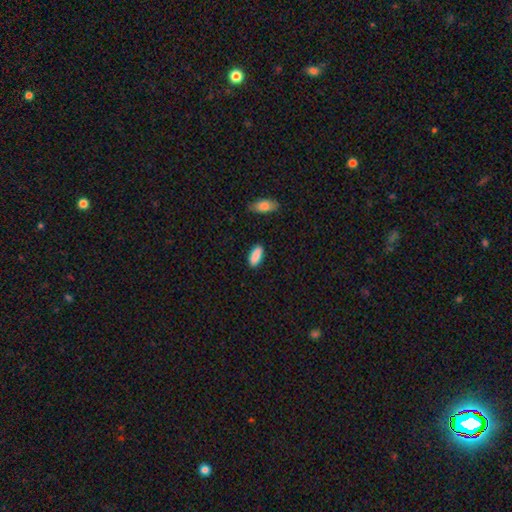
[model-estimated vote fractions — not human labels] This appears to be a smooth galaxy with no disk features (89%) that is in between round and cigar-shaped (80%). Merging: none (87%).